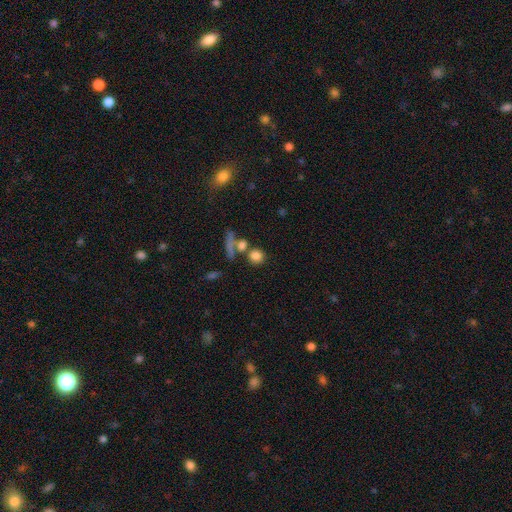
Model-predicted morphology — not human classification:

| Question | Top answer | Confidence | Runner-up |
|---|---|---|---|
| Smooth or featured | smooth | 80% | star or artifact (11%) |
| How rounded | round | 80% | in between (16%) |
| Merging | none | 63% | merger (23%) |